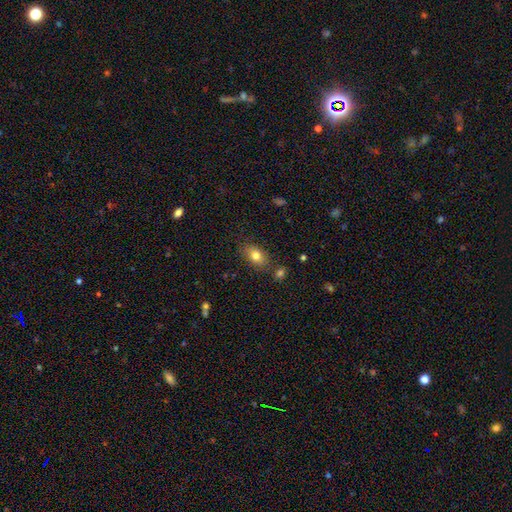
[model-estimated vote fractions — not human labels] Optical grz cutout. It shows a smooth galaxy with no disk features (78%) that is in between round and cigar-shaped (82%). Merging: none (77%).